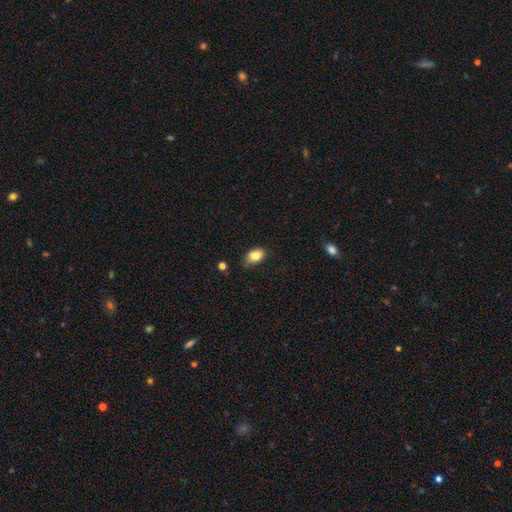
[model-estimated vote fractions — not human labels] This appears to be a smooth galaxy with no disk features (83%) that is in between round and cigar-shaped (86%). Merging: none (60%).